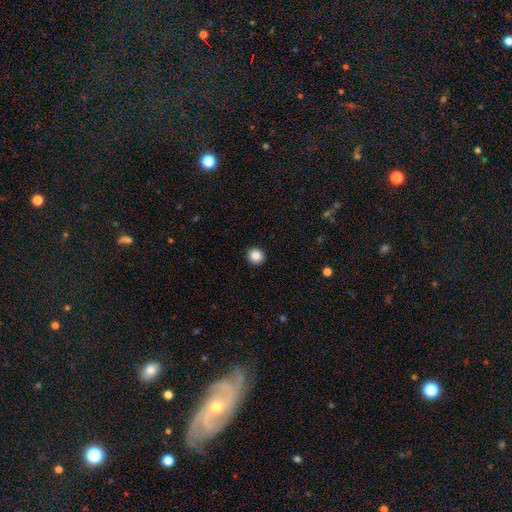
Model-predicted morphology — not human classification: smooth-or-featured: smooth: 88% | star or artifact: 9% | featured or disk: 3%
  how-rounded: round: 82% | in between: 17% | cigar-shaped: 1%
  merging: none: 91% | minor disturbance: 6% | major disturbance: 2% | merger: 1%